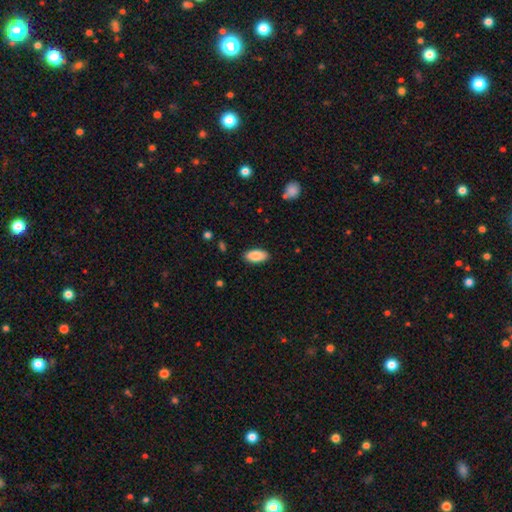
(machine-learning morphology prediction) This is clearly a smooth galaxy (89%). How rounded: clearly in between (92%). Merging: clearly none (88%).